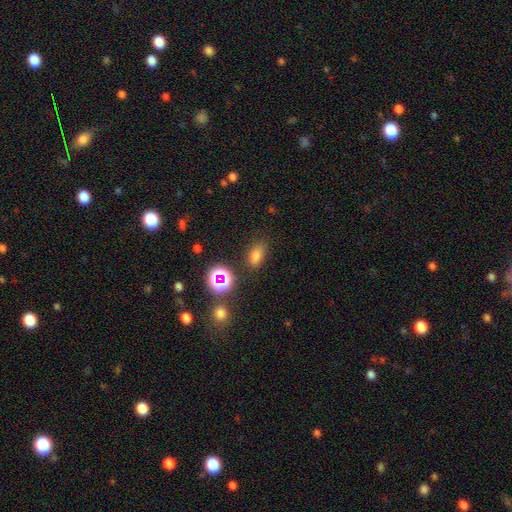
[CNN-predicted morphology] Overall: smooth (72%). How rounded: in between (82%). Merging: none (81%).